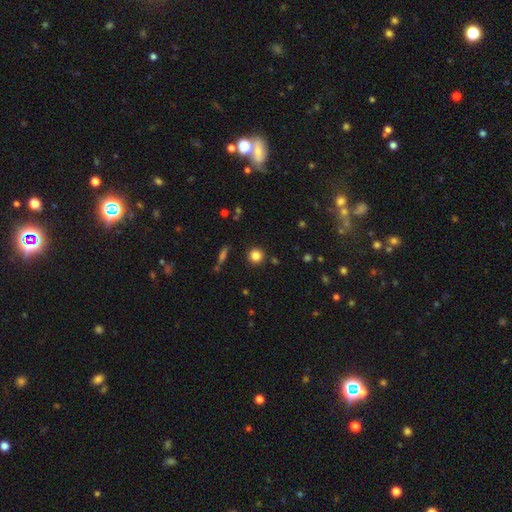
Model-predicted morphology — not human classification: smooth 83%, star or artifact 12%, featured or disk 5%. Down the decision tree: how rounded — round (93%); merging — none (89%).